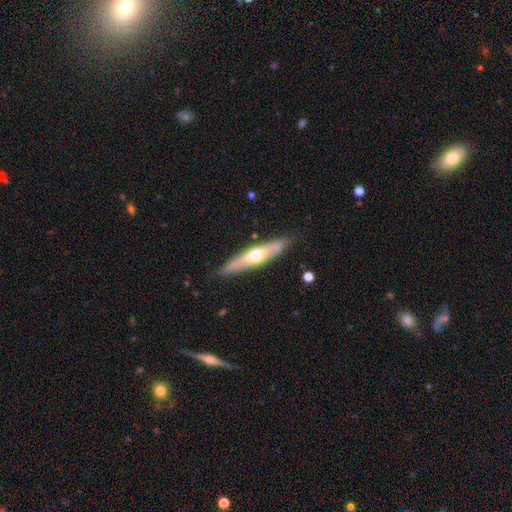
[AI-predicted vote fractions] A featured or disk galaxy (54%) viewed edge-on (80%). Merging: none (84%).